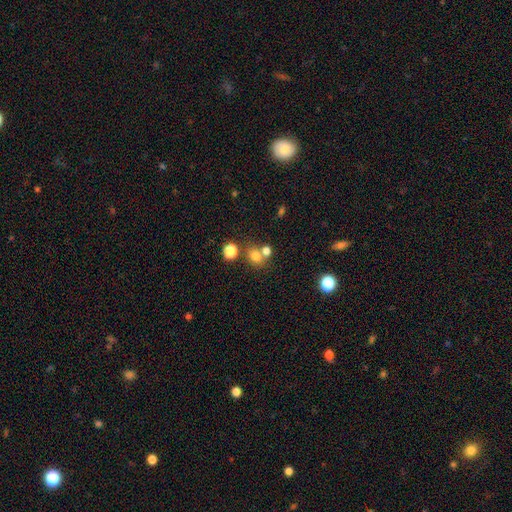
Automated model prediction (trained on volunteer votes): Overall: smooth (74%). How rounded: round (65%; in between 33%). Merging: none (52%; merger 35%).